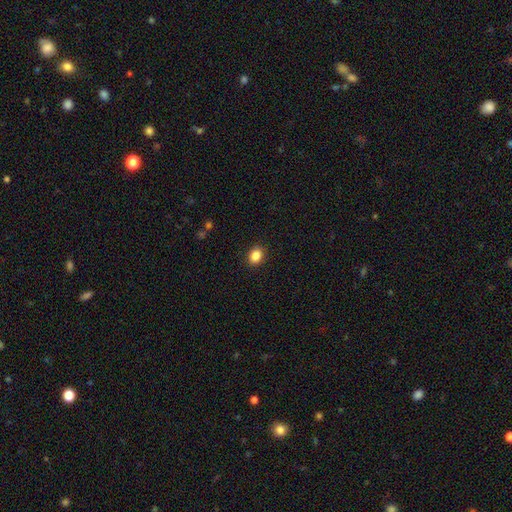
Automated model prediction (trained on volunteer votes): Q: Smooth or featured?
A: smooth (86%); runner-up: star or artifact (10%)
Q: How rounded?
A: in between (57%); runner-up: round (42%)
Q: Merging?
A: none (90%); runner-up: minor disturbance (7%)